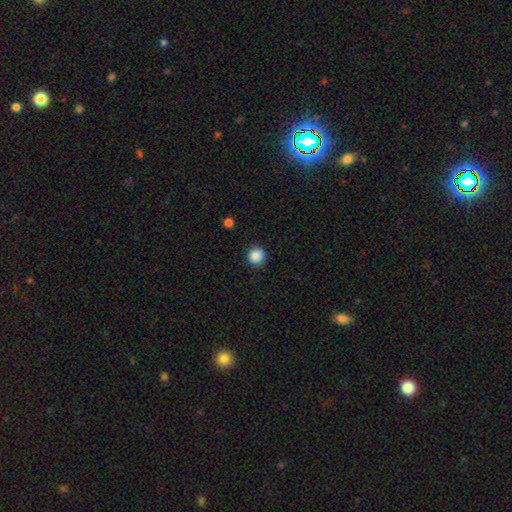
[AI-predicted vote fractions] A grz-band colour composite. It shows a smooth galaxy with no disk features (88%) that is round (94%). Merging: none (90%).